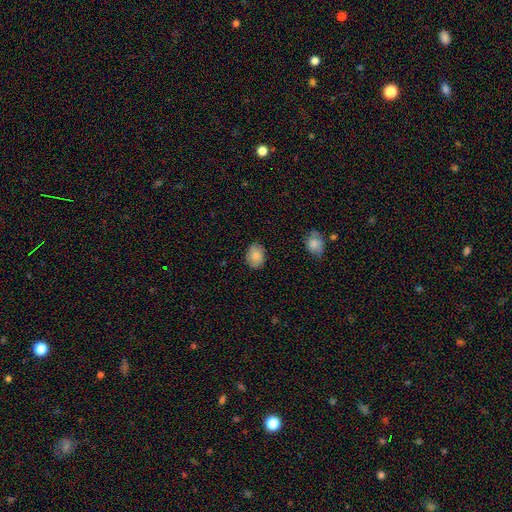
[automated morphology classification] Smooth or featured? Predicted: smooth (p=0.84). How rounded? Predicted: in between (p=0.61). Merging? Predicted: none (p=0.81).